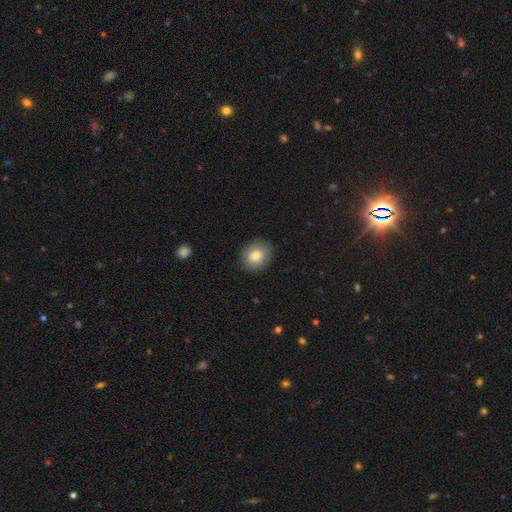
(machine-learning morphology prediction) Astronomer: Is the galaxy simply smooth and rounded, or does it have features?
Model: smooth — 79%.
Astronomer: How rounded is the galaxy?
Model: round — 64%.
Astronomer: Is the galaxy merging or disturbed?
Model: none — 86%.